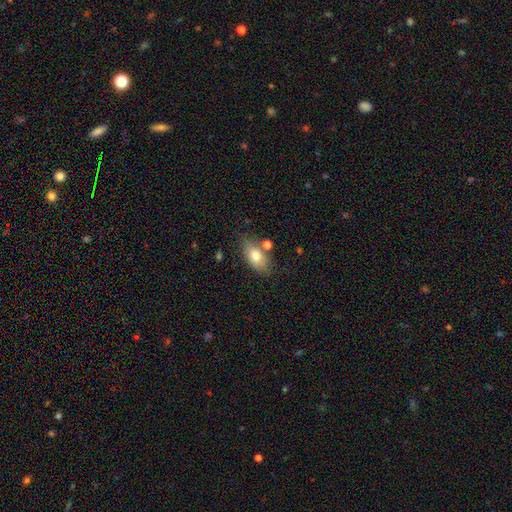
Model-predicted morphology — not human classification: Smooth or featured: smooth — 76% (featured or disk — 16%)
How rounded: in between — 89% (round — 8%)
Merging: none — 67% (minor disturbance — 17%)